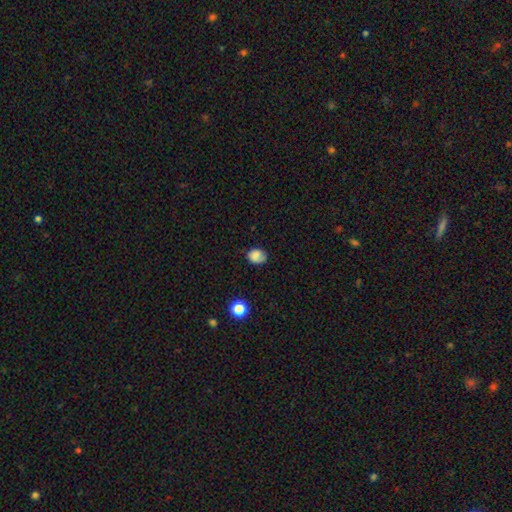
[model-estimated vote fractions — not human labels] A smooth galaxy with no disk features (79%) that is round (50%). Merging: none (65%).